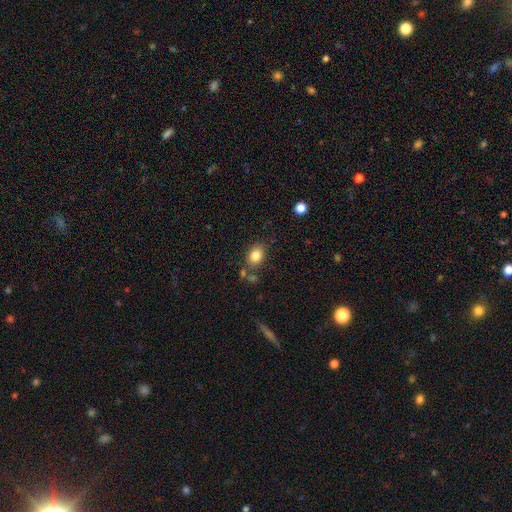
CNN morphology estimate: This is clearly a smooth galaxy (83%). How rounded: likely in between (64%). Merging: likely none (72%).